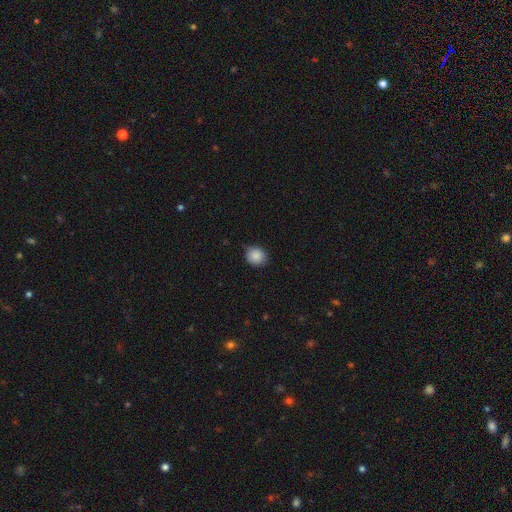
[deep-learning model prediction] Smooth or featured?
  - smooth: 88% *
  - star or artifact: 8%
  - featured or disk: 4%
How rounded?
  - round: 81% *
  - in between: 18%
  - cigar-shaped: 1%
Merging?
  - none: 77% *
  - minor disturbance: 19%
  - major disturbance: 3%
  - merger: 1%